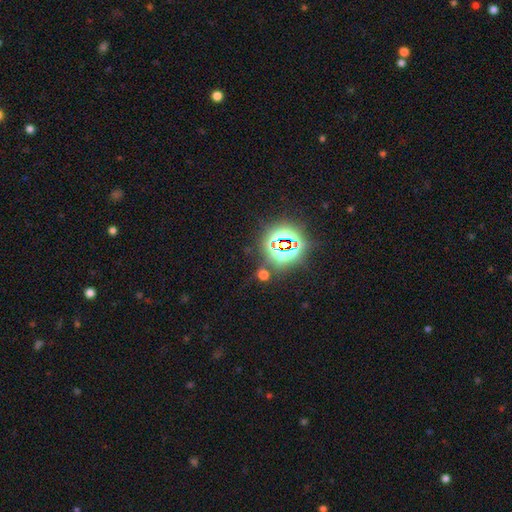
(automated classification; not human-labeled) Overall: star or artifact (83%).